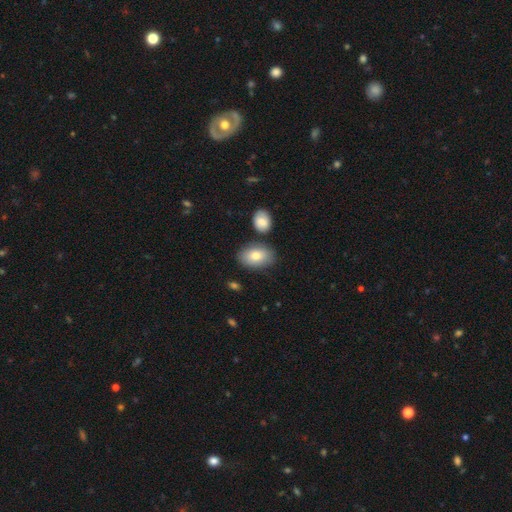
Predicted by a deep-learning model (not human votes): Smooth or featured?
  - smooth: 80% *
  - featured or disk: 14%
  - star or artifact: 7%
How rounded?
  - in between: 91% *
  - round: 8%
  - cigar-shaped: 1%
Merging?
  - none: 78% *
  - minor disturbance: 11%
  - merger: 8%
  - major disturbance: 3%